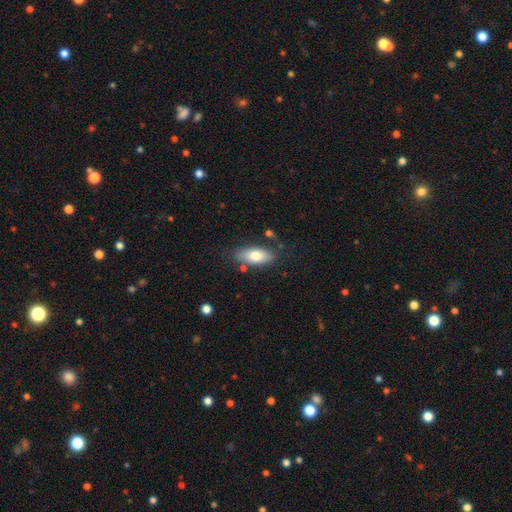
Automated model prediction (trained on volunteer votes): smooth-or-featured: smooth: 74% | featured or disk: 19% | star or artifact: 7%
  how-rounded: in between: 85% | cigar-shaped: 12% | round: 3%
  merging: none: 75% | minor disturbance: 16% | merger: 5% | major disturbance: 4%